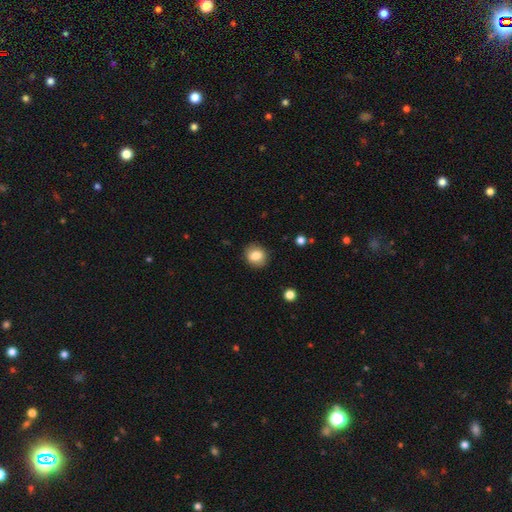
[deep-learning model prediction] Smooth or featured: smooth — 81% (featured or disk — 10%)
How rounded: round — 75% (in between — 24%)
Merging: none — 88% (minor disturbance — 8%)